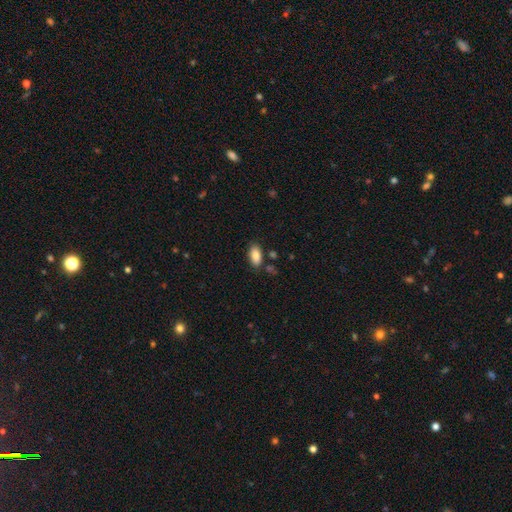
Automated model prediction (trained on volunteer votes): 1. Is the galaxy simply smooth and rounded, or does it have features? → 86% smooth, 7% star or artifact, 6% featured or disk.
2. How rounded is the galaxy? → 93% in between, 4% cigar-shaped, 3% round.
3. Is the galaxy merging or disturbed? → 79% none, 13% minor disturbance, 5% merger, 3% major disturbance.